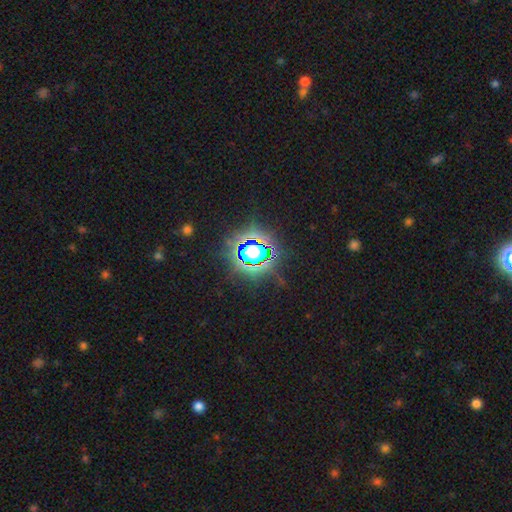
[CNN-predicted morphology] A star or artifact, not a galaxy (75%).

Vote fractions:
- Smooth or featured? star or artifact: 75% / smooth: 16% / featured or disk: 9%